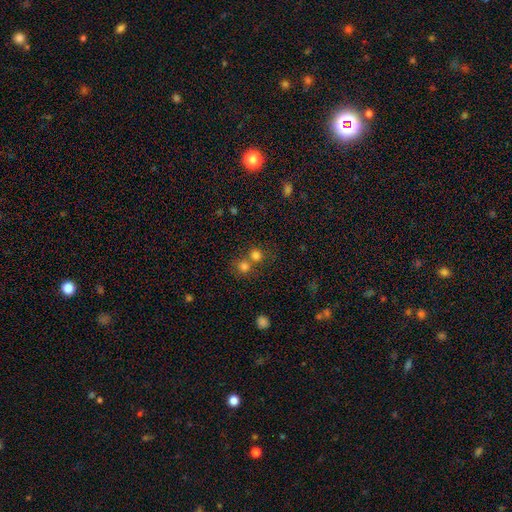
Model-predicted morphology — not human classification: smooth_or_featured: smooth (p=0.77) [alt: star or artifact p=0.16]
how_rounded: round (p=0.89) [alt: in between p=0.10]
merging: none (p=0.54) [alt: merger p=0.38]